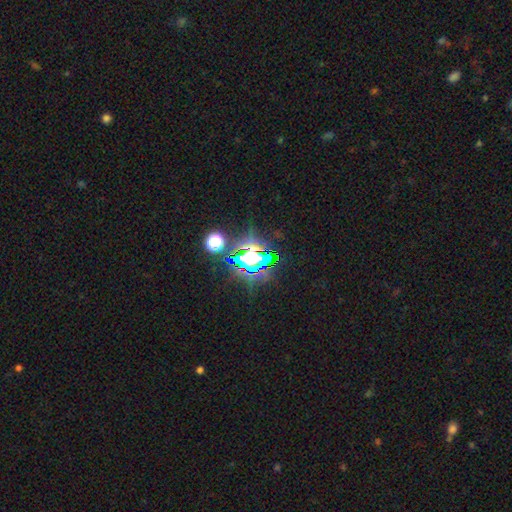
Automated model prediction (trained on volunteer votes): Smooth or featured?
  - star or artifact: 63% *
  - smooth: 23%
  - featured or disk: 13%